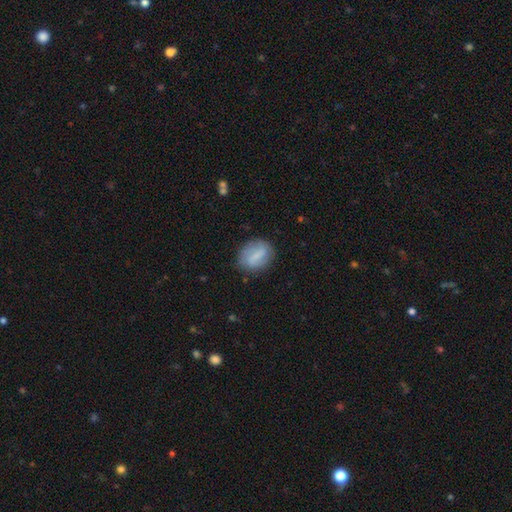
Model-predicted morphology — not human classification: Q: Smooth or featured?
A: smooth (62%); runner-up: featured or disk (31%)
Q: How rounded?
A: in between (62%); runner-up: round (35%)
Q: Merging?
A: none (76%); runner-up: minor disturbance (17%)